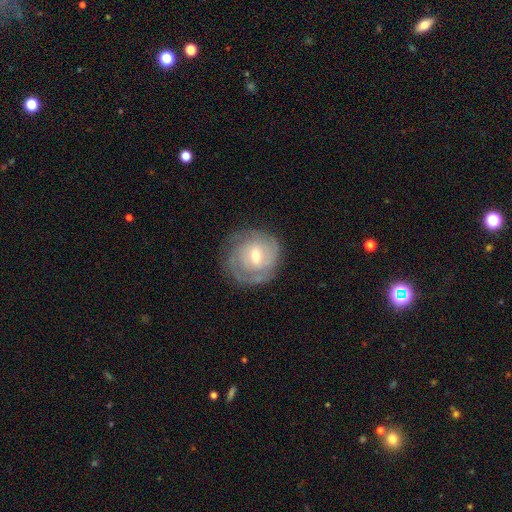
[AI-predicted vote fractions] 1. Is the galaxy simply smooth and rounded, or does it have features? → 71% featured or disk, 22% smooth, 7% star or artifact.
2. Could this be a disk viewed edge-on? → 97% no, 3% yes.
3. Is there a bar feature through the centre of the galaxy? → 50% weak, 40% no, 11% strong.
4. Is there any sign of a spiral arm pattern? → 87% yes, 13% no.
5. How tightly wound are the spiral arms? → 68% tight, 24% medium, 8% loose.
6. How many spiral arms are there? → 41% can't tell, 28% 2, 15% 3, 7% 1, 6% 4, 4% more than 4.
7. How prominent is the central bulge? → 55% moderate, 40% small, 2% large, 1% none, 1% dominant.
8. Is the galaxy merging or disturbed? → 73% none, 18% minor disturbance, 8% major disturbance, 2% merger.